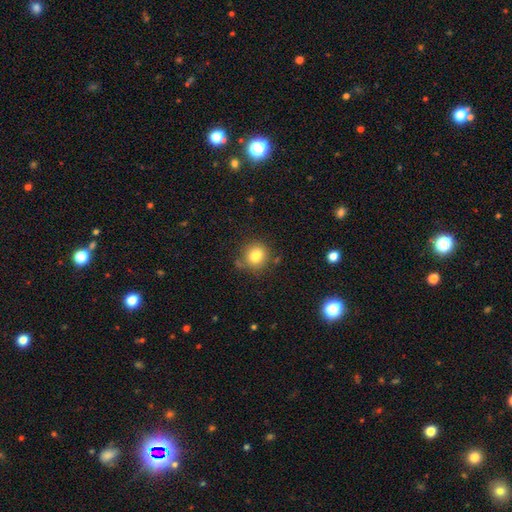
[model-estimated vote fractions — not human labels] The model was most divided on "merging": none: 78%, minor disturbance: 13%, merger: 5%, major disturbance: 4%. More confident: how rounded — round (85%); smooth or featured — smooth (81%).